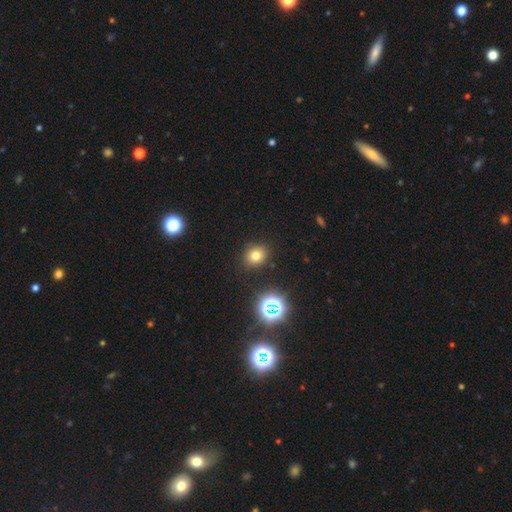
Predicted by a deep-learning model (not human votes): Q: Smooth or featured?
A: smooth (73%); runner-up: star or artifact (19%)
Q: How rounded?
A: round (63%); runner-up: in between (36%)
Q: Merging?
A: none (87%); runner-up: minor disturbance (8%)